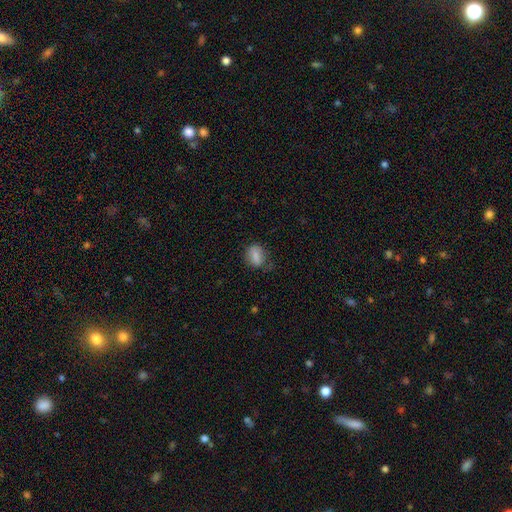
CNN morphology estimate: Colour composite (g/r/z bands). It shows a smooth galaxy with no disk features (79%) that is in between round and cigar-shaped (66%). Merging: none (62%).